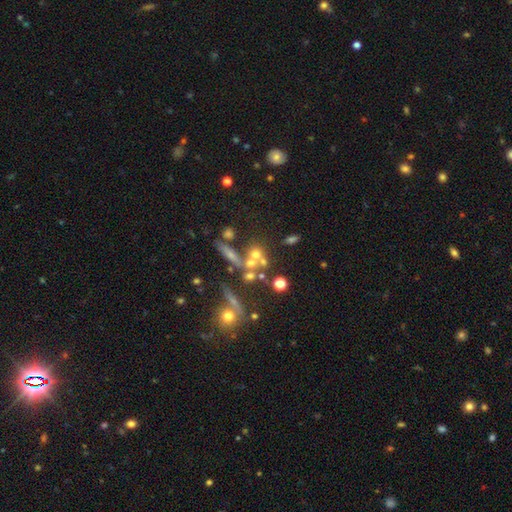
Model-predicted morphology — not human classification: A smooth galaxy with no disk features (43%).

Vote fractions:
- Smooth or featured? smooth: 43% / featured or disk: 29% / star or artifact: 27%
- Merging? none: 42% / merger: 39% / minor disturbance: 10% / major disturbance: 9%